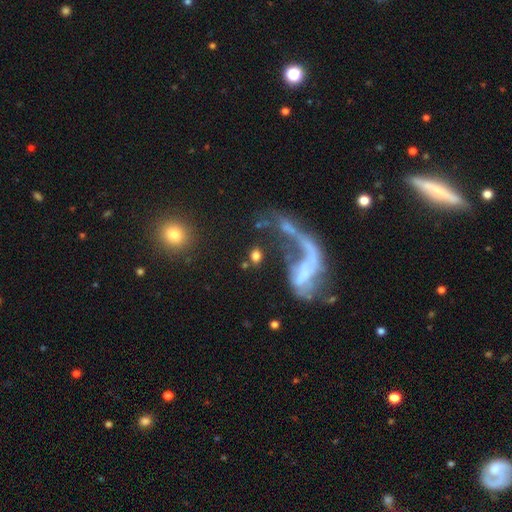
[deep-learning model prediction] smooth-or-featured: smooth: 63% | featured or disk: 24% | star or artifact: 13%
  how-rounded: in between: 49% | round: 44% | cigar-shaped: 7%
  merging: none: 49% | merger: 22% | major disturbance: 17% | minor disturbance: 12%